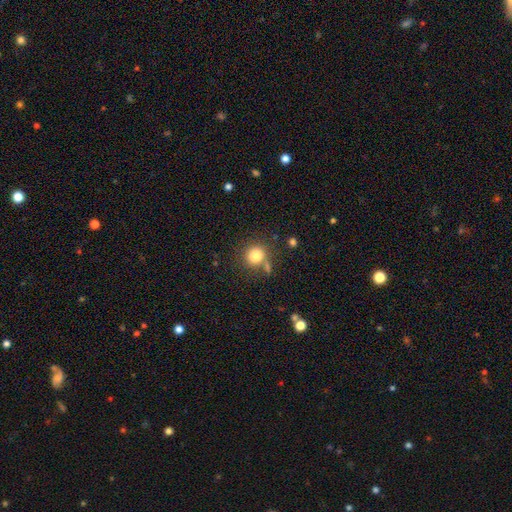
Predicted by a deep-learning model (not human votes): Q: Smooth or featured?
A: smooth (82%); runner-up: star or artifact (11%)
Q: How rounded?
A: round (86%); runner-up: in between (13%)
Q: Merging?
A: none (72%); runner-up: merger (12%)